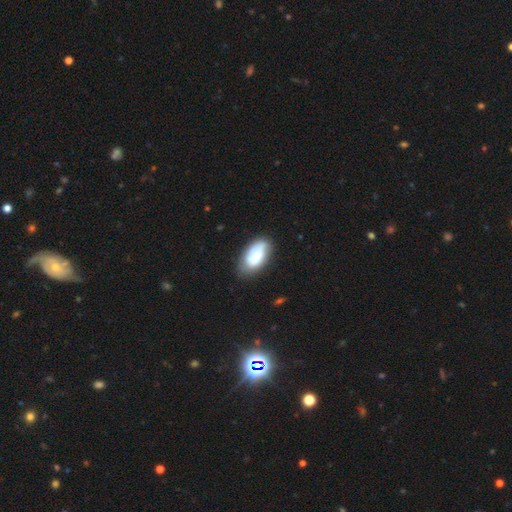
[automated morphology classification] Overall: smooth (74%). How rounded: in between (94%). Merging: none (66%).